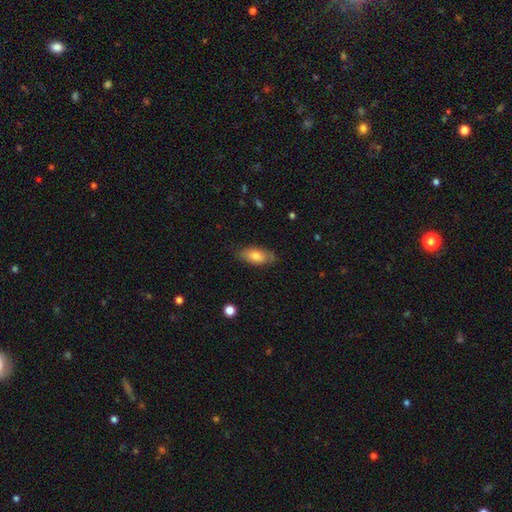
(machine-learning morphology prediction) This is likely a smooth galaxy (74%). How rounded: clearly in between (87%). Merging: likely none (74%).